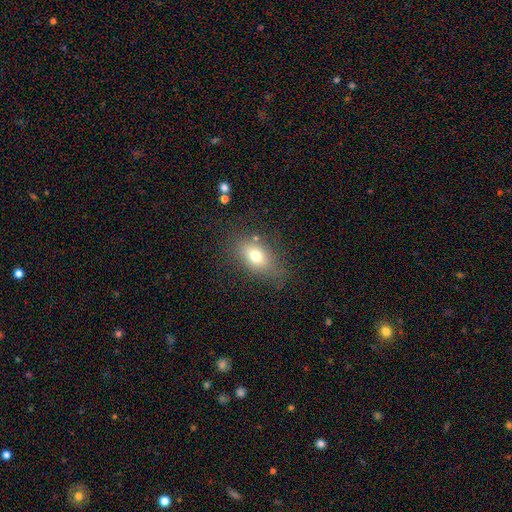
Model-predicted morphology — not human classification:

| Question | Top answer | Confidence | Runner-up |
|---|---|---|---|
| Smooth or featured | smooth | 71% | featured or disk (17%) |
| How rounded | in between | 78% | round (18%) |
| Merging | none | 70% | minor disturbance (19%) |